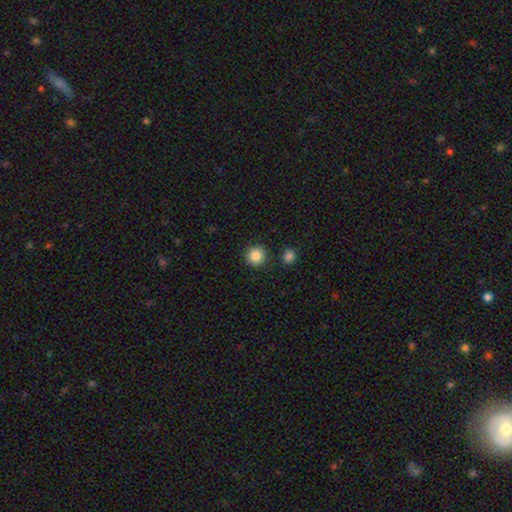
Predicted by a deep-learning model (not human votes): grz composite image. It shows a smooth galaxy with no disk features (86%) that is round (94%). Merging: none (89%).